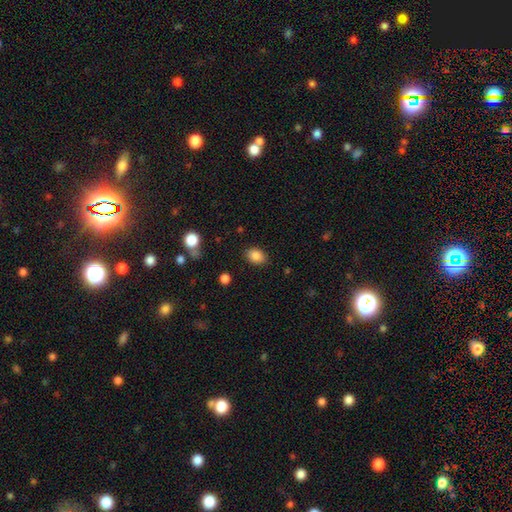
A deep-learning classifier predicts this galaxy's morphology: Smooth or featured? smooth (86%)
How rounded? in between (73%)
Merging? none (84%)